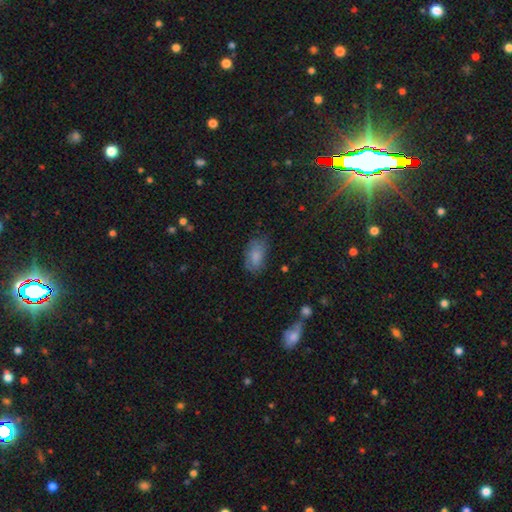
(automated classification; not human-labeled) smooth 78%, featured or disk 13%, star or artifact 9%. Down the decision tree: how rounded — in between (91%); merging — none (67%).